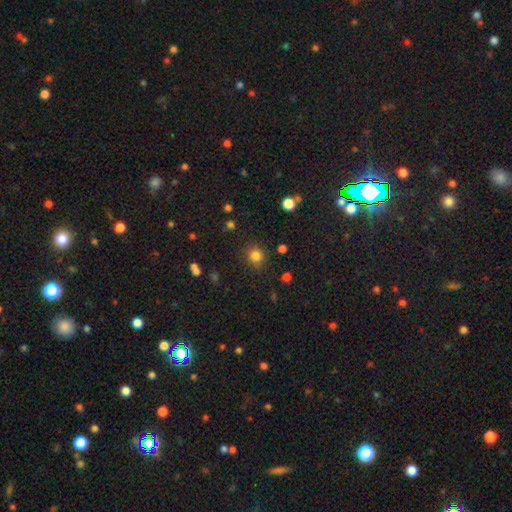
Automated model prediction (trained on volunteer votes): Smooth or featured? Predicted: smooth (p=0.81). How rounded? Predicted: round (p=0.89). Merging? Predicted: none (p=0.84).